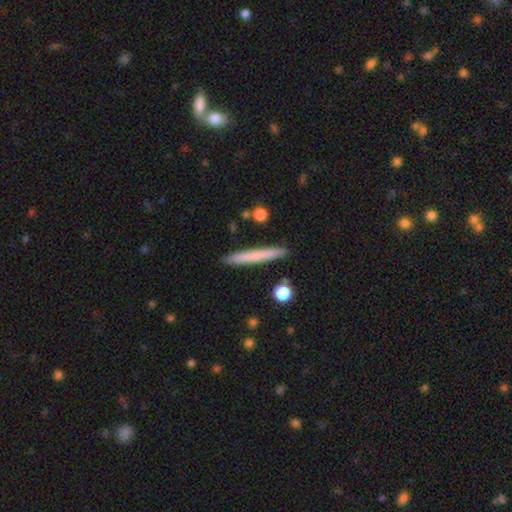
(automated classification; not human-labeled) A smooth galaxy with no disk features (68%) that is cigar-shaped (96%).

Vote fractions:
- Smooth or featured? smooth: 68% / featured or disk: 26% / star or artifact: 6%
- How rounded? cigar-shaped: 96% / in between: 2% / round: 1%
- Merging? none: 91% / minor disturbance: 6% / merger: 2% / major disturbance: 1%